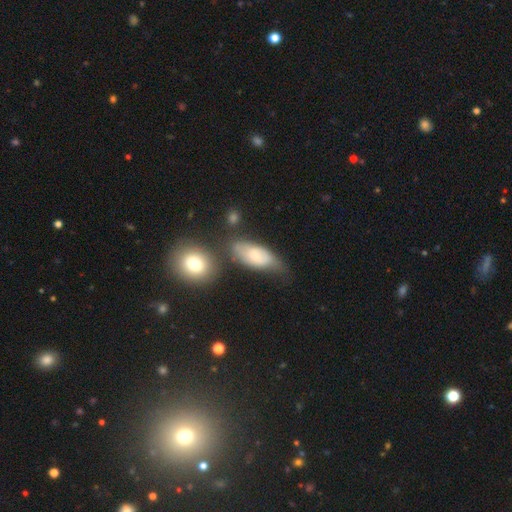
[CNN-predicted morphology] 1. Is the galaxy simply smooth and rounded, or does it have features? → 60% smooth, 33% featured or disk, 7% star or artifact.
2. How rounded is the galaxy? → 85% in between, 11% cigar-shaped, 4% round.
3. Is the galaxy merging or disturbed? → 46% none, 29% minor disturbance, 13% merger, 13% major disturbance.